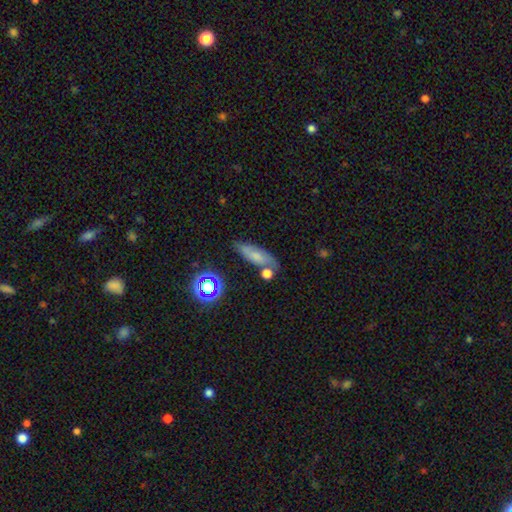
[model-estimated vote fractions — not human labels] Smooth or featured? smooth (62%)
How rounded? in between (57%)
Merging? none (63%)